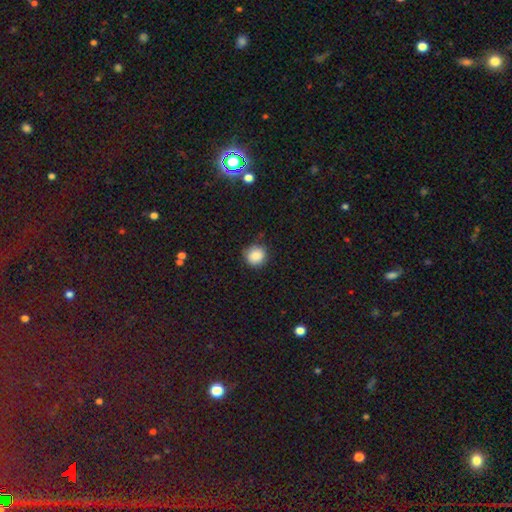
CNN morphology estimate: This is clearly a smooth galaxy (86%). How rounded: clearly round (92%). Merging: clearly none (85%).